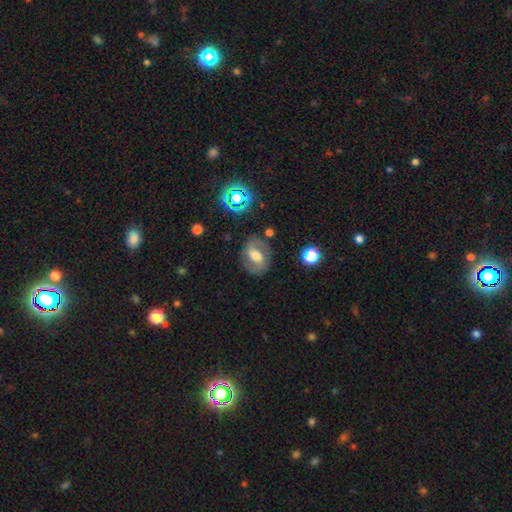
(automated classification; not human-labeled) Smooth or featured?
  - featured or disk: 69% *
  - smooth: 21%
  - star or artifact: 10%
Edge-on disk?
  - no: 97% *
  - yes: 3%
Bar?
  - weak: 47% *
  - strong: 28%
  - no: 24%
Spiral arms?
  - yes: 87% *
  - no: 13%
Spiral winding?
  - medium: 53% *
  - loose: 26%
  - tight: 22%
Spiral arm count?
  - 2: 88% *
  - can't tell: 6%
  - 1: 3%
  - 3: 1%
  - 4: 1%
  - more than 4: 1%
Bulge size?
  - moderate: 60% *
  - large: 19%
  - small: 16%
  - none: 3%
  - dominant: 2%
Merging?
  - none: 78% *
  - minor disturbance: 14%
  - major disturbance: 6%
  - merger: 3%